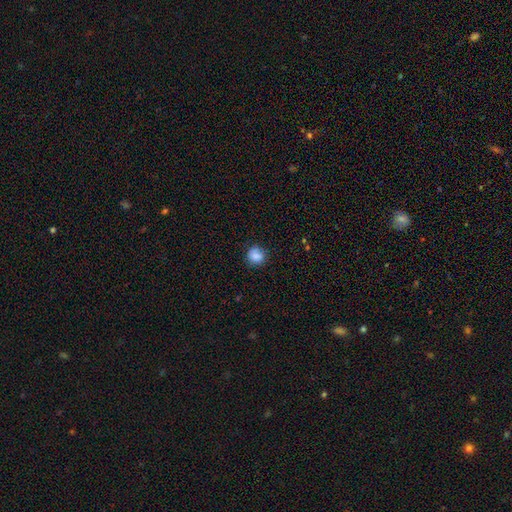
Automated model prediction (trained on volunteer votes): Overall: smooth (83%). How rounded: round (87%). Merging: none (76%).